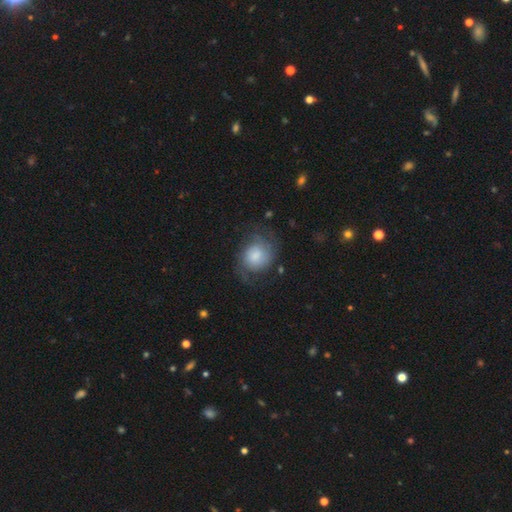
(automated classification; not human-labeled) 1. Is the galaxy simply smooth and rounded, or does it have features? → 57% featured or disk, 35% smooth, 8% star or artifact.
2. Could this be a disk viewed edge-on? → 98% no, 2% yes.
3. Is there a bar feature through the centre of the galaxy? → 67% no, 29% weak, 4% strong.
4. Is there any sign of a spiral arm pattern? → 91% yes, 9% no.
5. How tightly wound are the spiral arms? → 44% medium, 30% loose, 26% tight.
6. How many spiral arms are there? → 71% 2, 13% can't tell, 6% 3, 4% 1, 3% 4, 3% more than 4.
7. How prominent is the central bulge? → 30% moderate, 29% large, 22% small, 12% none, 7% dominant.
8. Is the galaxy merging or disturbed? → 59% none, 21% minor disturbance, 18% major disturbance, 2% merger.